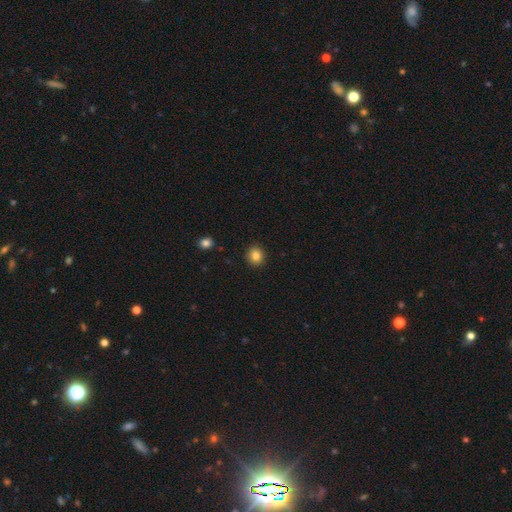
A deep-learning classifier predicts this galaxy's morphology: smooth-or-featured: smooth: 84% | star or artifact: 10% | featured or disk: 5%
  how-rounded: round: 86% | in between: 13% | cigar-shaped: 1%
  merging: none: 92% | minor disturbance: 5% | major disturbance: 2% | merger: 1%